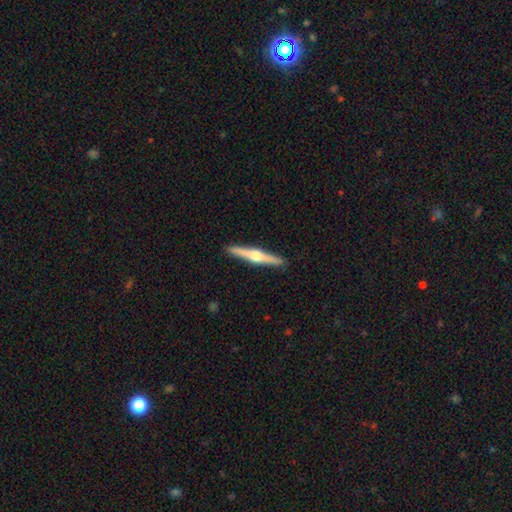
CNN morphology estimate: featured or disk 75%, smooth 20%, star or artifact 5%. Down the decision tree: edge-on disk — yes (98%); edge-on bulge — rounded (94%); merging — none (92%).